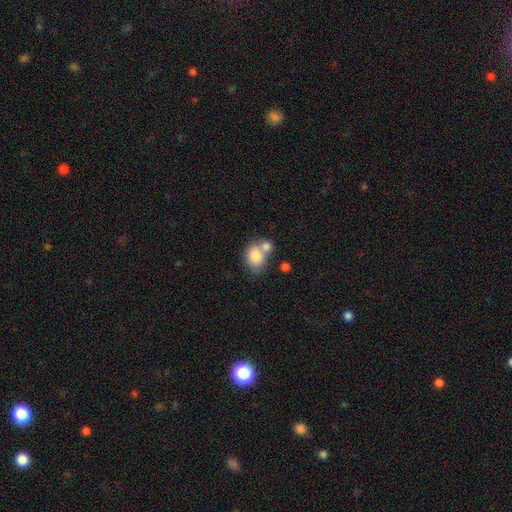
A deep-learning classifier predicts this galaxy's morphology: A smooth galaxy with no disk features (82%) that is in between round and cigar-shaped (57%).

Vote fractions:
- Smooth or featured? smooth: 82% / featured or disk: 10% / star or artifact: 8%
- How rounded? in between: 57% / round: 42% / cigar-shaped: 1%
- Merging? merger: 48% / none: 35% / minor disturbance: 12% / major disturbance: 5%